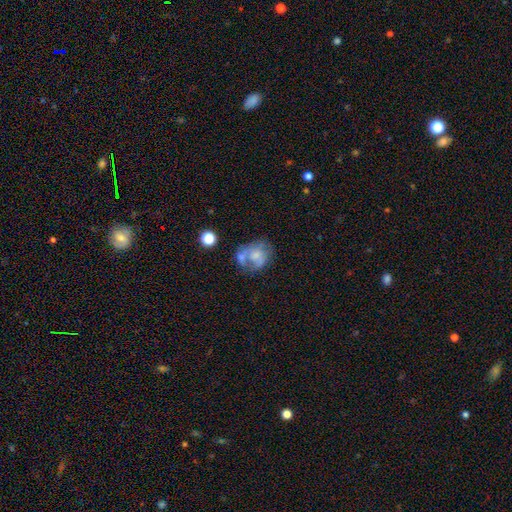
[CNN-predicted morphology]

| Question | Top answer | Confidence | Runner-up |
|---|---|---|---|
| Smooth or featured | featured or disk | 47% | smooth (43%) |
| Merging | none | 36% | merger (22%) |